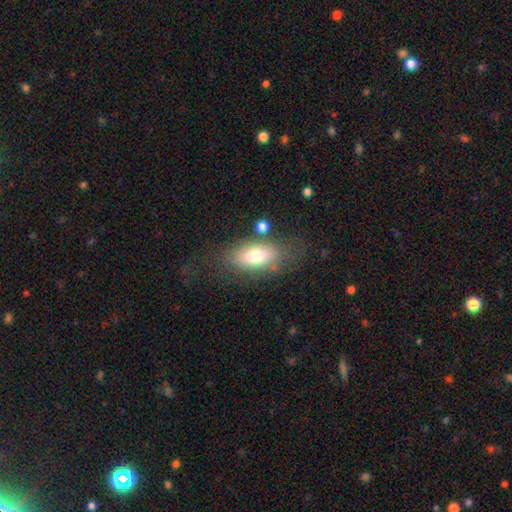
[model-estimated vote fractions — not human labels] Q: Smooth or featured?
A: smooth (72%); runner-up: featured or disk (20%)
Q: How rounded?
A: in between (86%); runner-up: round (9%)
Q: Merging?
A: none (67%); runner-up: minor disturbance (17%)